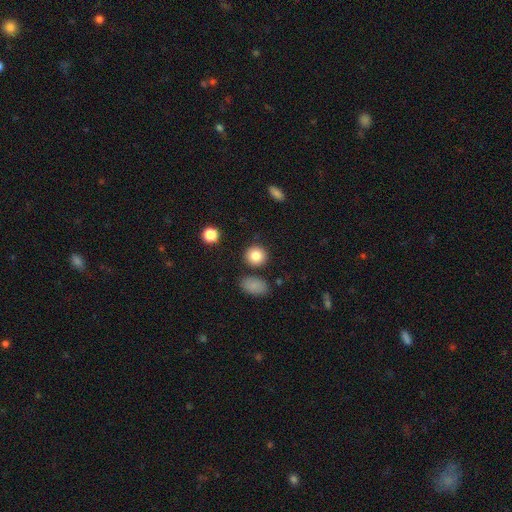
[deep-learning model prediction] The model was most divided on "how rounded": round: 87%, in between: 12%, cigar-shaped: 1%. More confident: smooth or featured — smooth (84%); merging — none (84%).